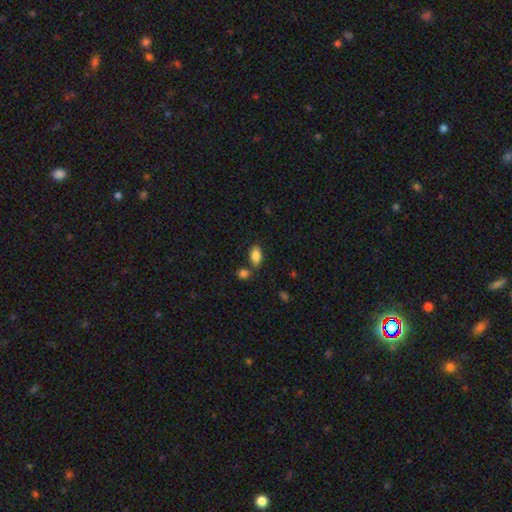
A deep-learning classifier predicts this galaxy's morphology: Smooth or featured? smooth (85%)
How rounded? in between (91%)
Merging? none (69%)